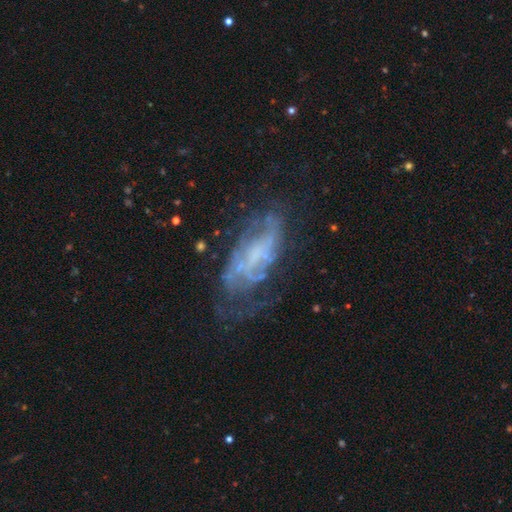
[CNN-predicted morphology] Smooth or featured? featured or disk (70%)
Edge-on disk? no (91%)
Bar? no (64%)
Spiral arms? yes (55%)
Bulge size? none (61%)
Merging? none (46%)